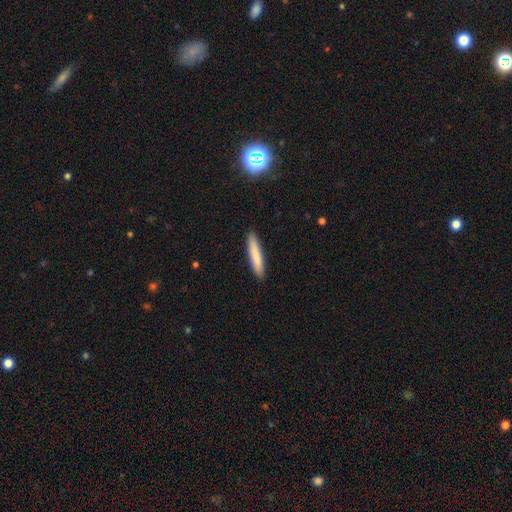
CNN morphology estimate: smooth 80%, featured or disk 15%, star or artifact 5%. Down the decision tree: how rounded — cigar-shaped (92%); merging — none (91%).